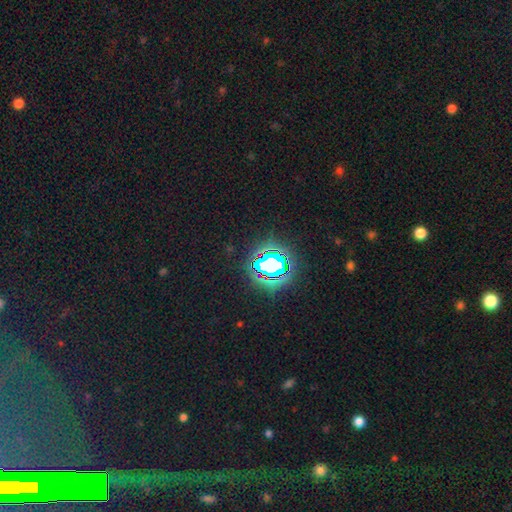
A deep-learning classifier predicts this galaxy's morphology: Overall: star or artifact (84%).